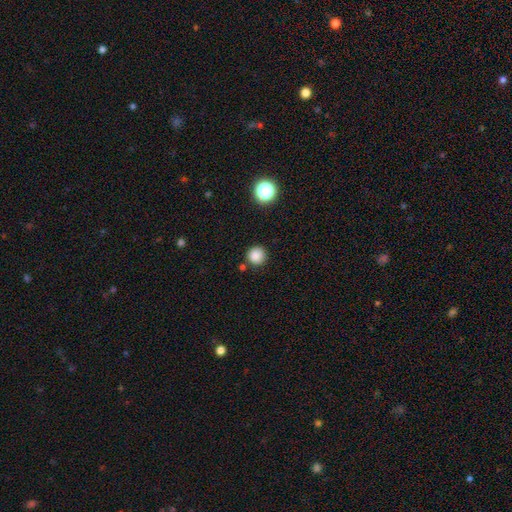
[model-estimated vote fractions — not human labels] smooth_or_featured: smooth (p=0.85) [alt: star or artifact p=0.12]
how_rounded: round (p=0.94) [alt: in between p=0.05]
merging: none (p=0.85) [alt: minor disturbance p=0.08]